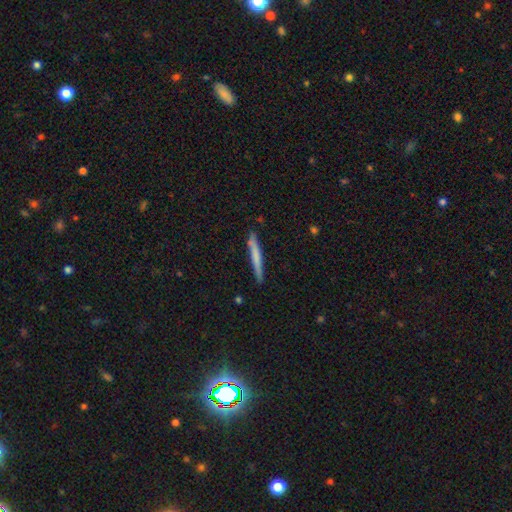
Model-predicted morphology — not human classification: The model was most divided on "smooth or featured": smooth: 61%, featured or disk: 33%, star or artifact: 6%. More confident: how rounded — cigar-shaped (96%); merging — none (85%).